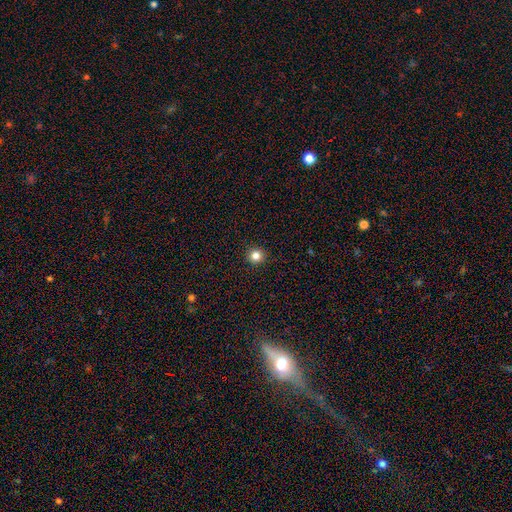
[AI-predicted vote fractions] Smooth or featured: smooth — 82% (star or artifact — 13%)
How rounded: round — 94% (in between — 5%)
Merging: none — 93% (minor disturbance — 4%)